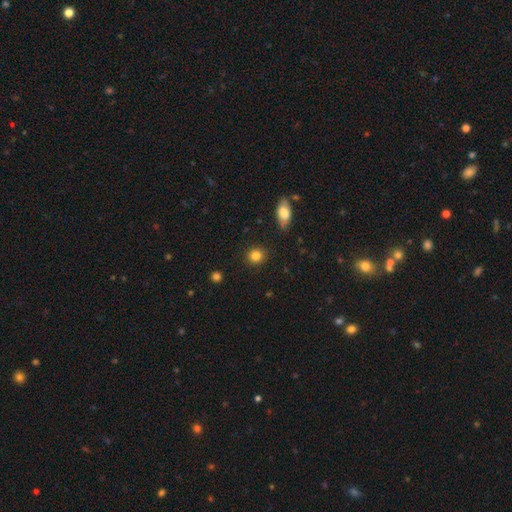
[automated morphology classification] The model was most divided on "smooth or featured": smooth: 85%, star or artifact: 10%, featured or disk: 5%. More confident: merging — none (90%); how rounded — round (87%).